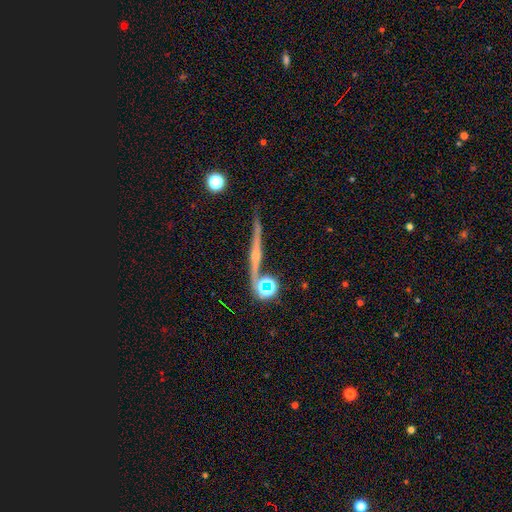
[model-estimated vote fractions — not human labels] This appears to be a featured or disk galaxy (68%) viewed edge-on (95%) with a rounded central bulge (64%). Merging: none (77%).